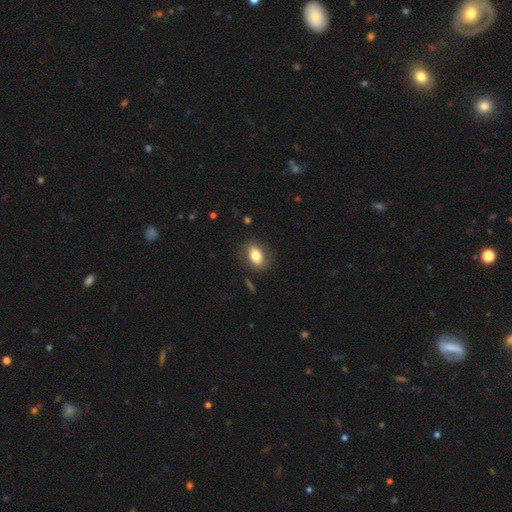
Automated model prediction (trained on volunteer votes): Smooth or featured?
  - smooth: 79% *
  - featured or disk: 14%
  - star or artifact: 8%
How rounded?
  - in between: 82% *
  - round: 17%
  - cigar-shaped: 2%
Merging?
  - none: 82% *
  - minor disturbance: 12%
  - major disturbance: 4%
  - merger: 2%